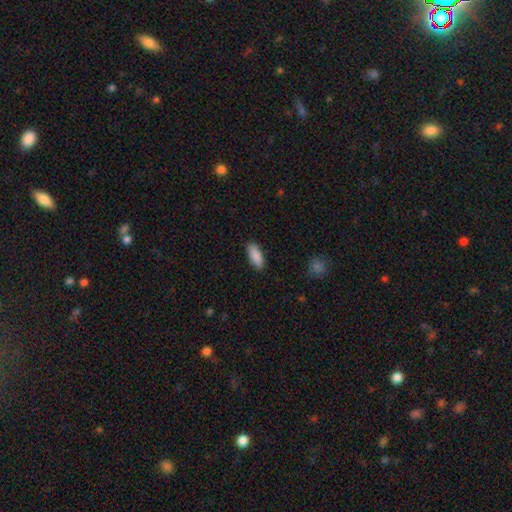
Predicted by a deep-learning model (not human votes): Smooth or featured: smooth — 89% (star or artifact — 6%)
How rounded: in between — 79% (cigar-shaped — 20%)
Merging: none — 88% (minor disturbance — 9%)